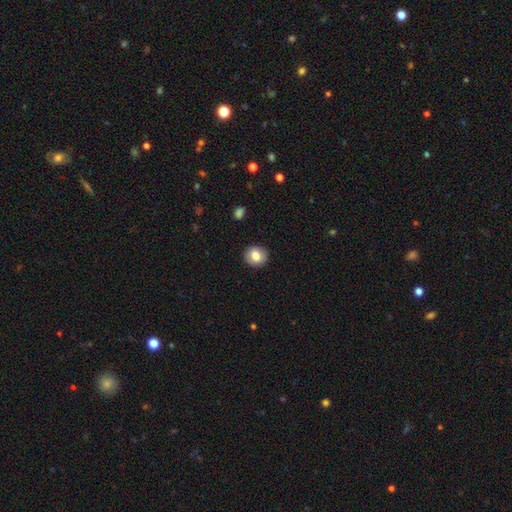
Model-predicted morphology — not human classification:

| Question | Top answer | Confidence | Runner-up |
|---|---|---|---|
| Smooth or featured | smooth | 80% | featured or disk (11%) |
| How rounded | round | 81% | in between (18%) |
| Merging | none | 90% | minor disturbance (7%) |